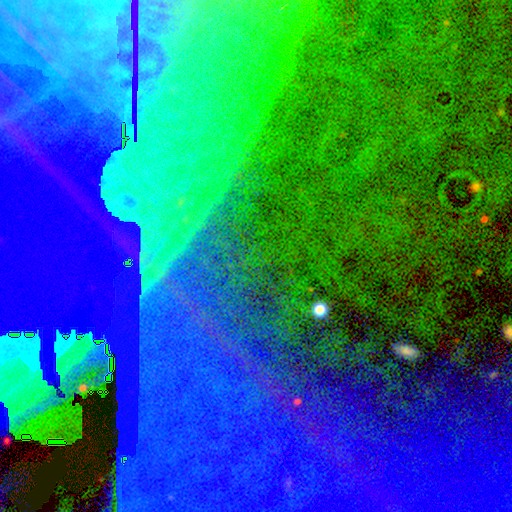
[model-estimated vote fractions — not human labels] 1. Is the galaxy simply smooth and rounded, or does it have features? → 72% star or artifact, 15% featured or disk, 13% smooth.